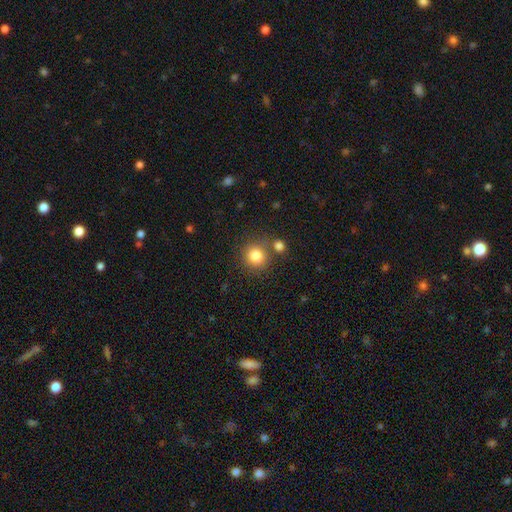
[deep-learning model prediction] A smooth galaxy with no disk features (83%) that is round (90%).

Vote fractions:
- Smooth or featured? smooth: 83% / star or artifact: 10% / featured or disk: 7%
- How rounded? round: 90% / in between: 9% / cigar-shaped: 1%
- Merging? none: 74% / merger: 13% / minor disturbance: 9% / major disturbance: 3%